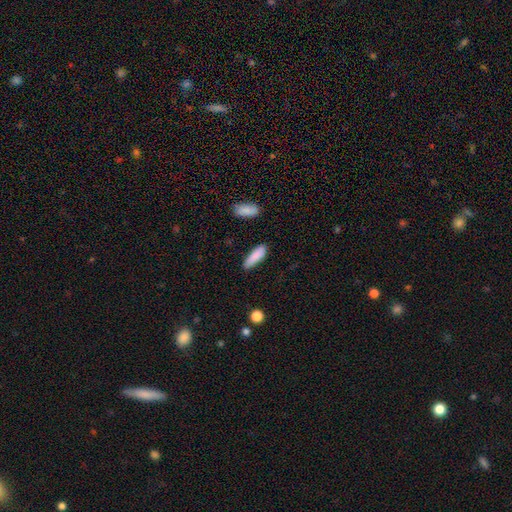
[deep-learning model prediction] Morphology: type=smooth (87%); roundness=cigar-shaped (53%); merging=none (81%).